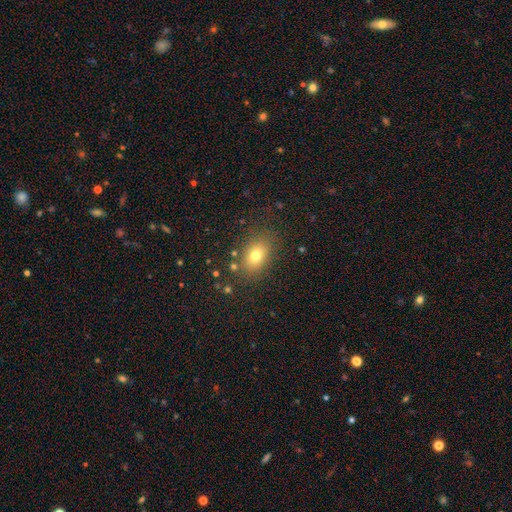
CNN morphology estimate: Smooth or featured: smooth — 74% (star or artifact — 13%)
How rounded: in between — 74% (round — 25%)
Merging: none — 81% (minor disturbance — 11%)